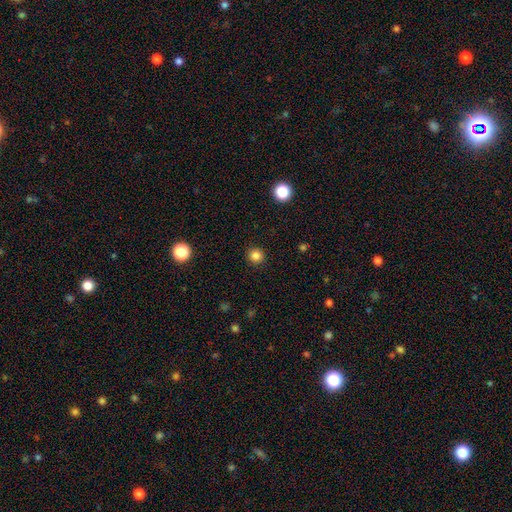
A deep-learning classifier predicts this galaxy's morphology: smooth-or-featured: smooth: 83% | star or artifact: 13% | featured or disk: 4%
  how-rounded: round: 94% | in between: 5% | cigar-shaped: 1%
  merging: none: 92% | minor disturbance: 5% | major disturbance: 2% | merger: 1%